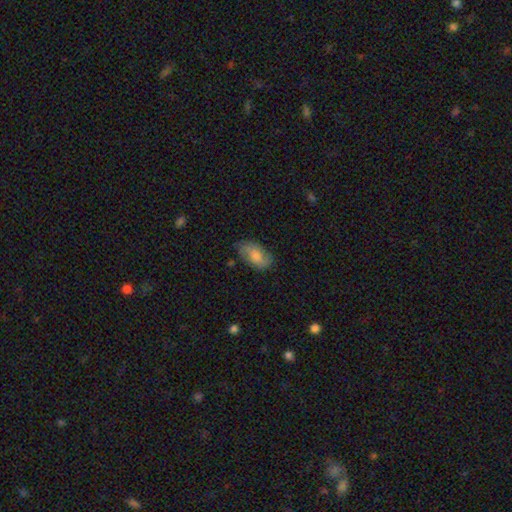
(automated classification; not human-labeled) Overall: smooth (66%; featured or disk 27%). How rounded: in between (92%). Merging: none (73%).